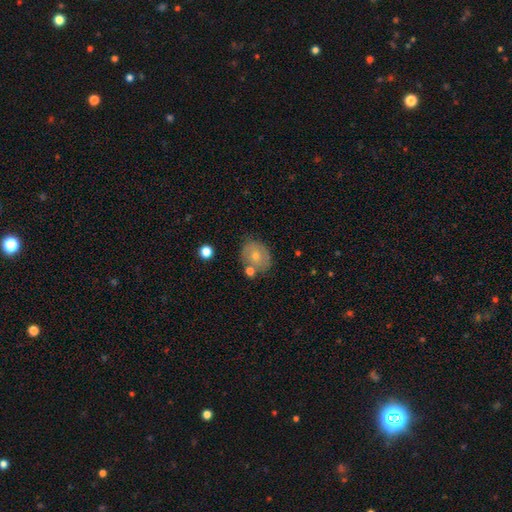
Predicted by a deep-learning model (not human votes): smooth_or_featured: smooth (p=0.64) [alt: featured or disk p=0.27]
how_rounded: round (p=0.57) [alt: in between p=0.42]
merging: none (p=0.61) [alt: minor disturbance p=0.18]